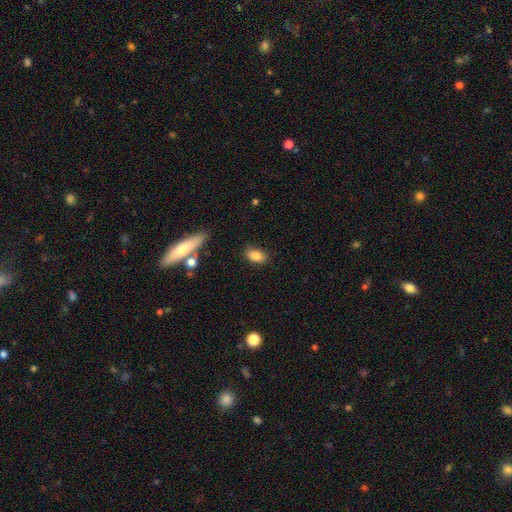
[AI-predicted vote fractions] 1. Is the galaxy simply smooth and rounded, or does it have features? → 85% smooth, 8% star or artifact, 7% featured or disk.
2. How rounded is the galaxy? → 88% in between, 9% round, 3% cigar-shaped.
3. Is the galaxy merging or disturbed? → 81% none, 13% minor disturbance, 3% major disturbance, 3% merger.